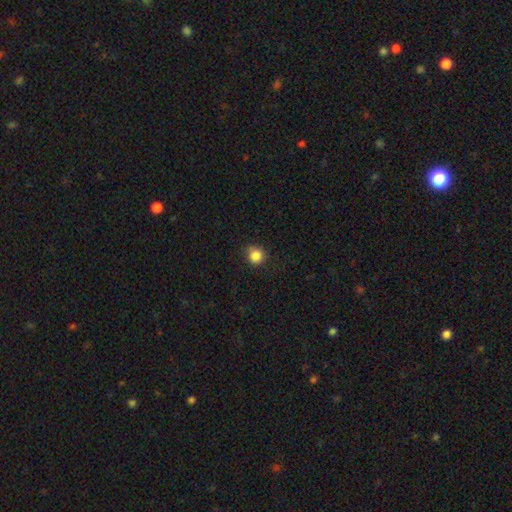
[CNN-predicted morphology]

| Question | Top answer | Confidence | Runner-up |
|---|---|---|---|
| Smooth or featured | smooth | 85% | star or artifact (11%) |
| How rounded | round | 89% | in between (10%) |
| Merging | none | 78% | minor disturbance (17%) |